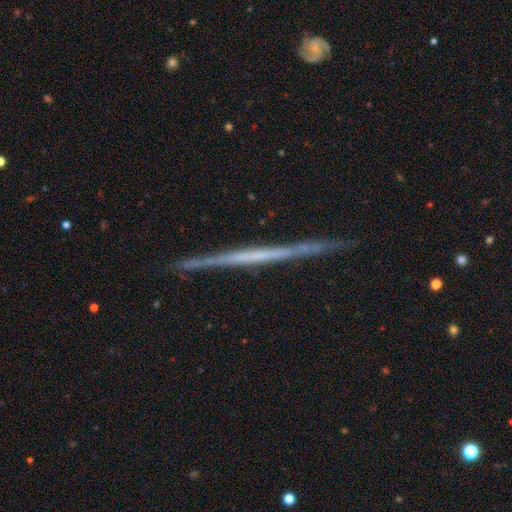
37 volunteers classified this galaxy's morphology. Q: Smooth or featured?
A: featured or disk (73%); runner-up: smooth (22%)
Q: Edge-on disk?
A: yes (100%)
Q: Edge-on bulge?
A: none (85%); runner-up: boxy (7%)
Q: Merging?
A: none (89%); runner-up: minor disturbance (6%)